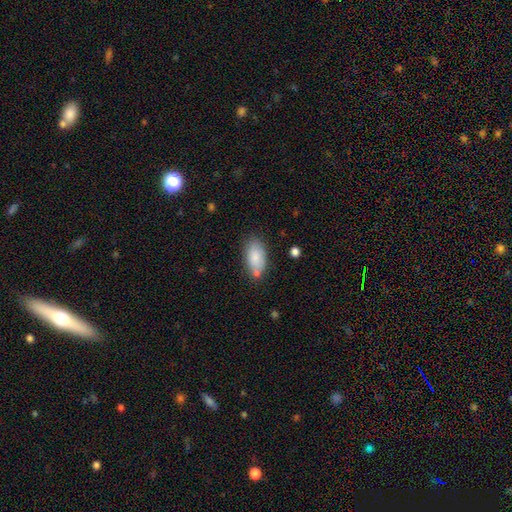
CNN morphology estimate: The model was most divided on "merging": none: 68%, minor disturbance: 19%, merger: 9%, major disturbance: 4%. More confident: how rounded — in between (92%); smooth or featured — smooth (82%).